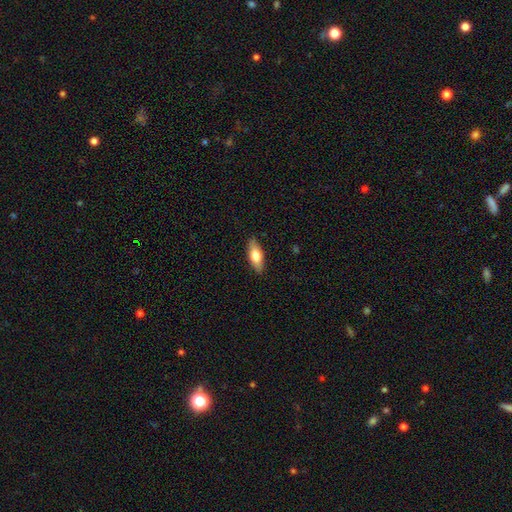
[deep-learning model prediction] Smooth or featured: smooth — 69% (featured or disk — 25%)
How rounded: in between — 72% (cigar-shaped — 25%)
Merging: none — 87% (minor disturbance — 10%)